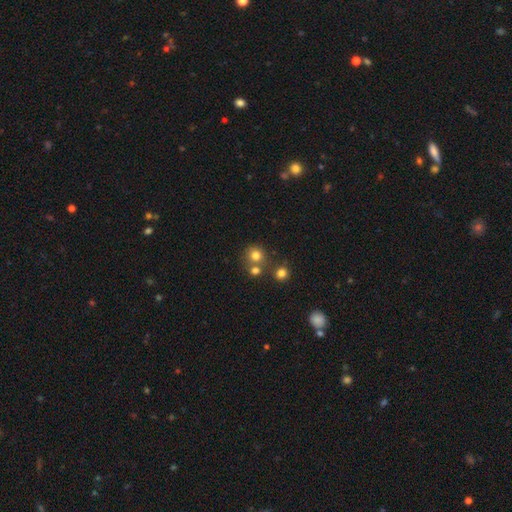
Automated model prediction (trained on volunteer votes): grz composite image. It shows a smooth galaxy with no disk features (76%) that is round (87%). Merging: none (59%).